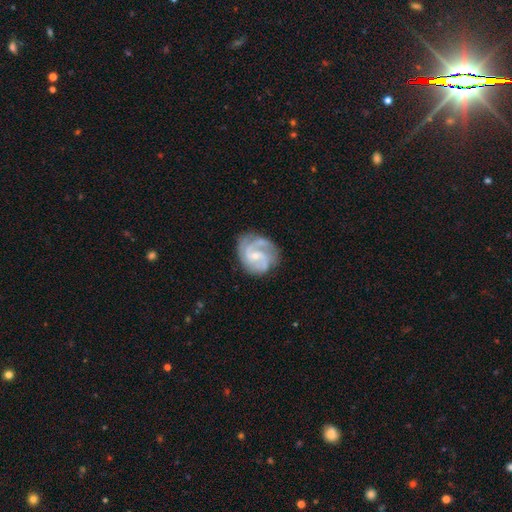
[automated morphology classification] This appears to be a featured or disk galaxy (85%) with no bar (52%), 2 (39%) medium (47%) spiral arms (96%) and a small central bulge (71%). Merging: none (68%).